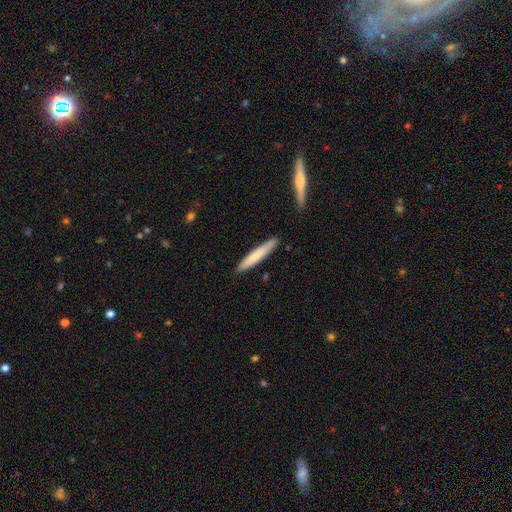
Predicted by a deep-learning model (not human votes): This is likely a smooth galaxy (72%). How rounded: clearly cigar-shaped (93%). Merging: clearly none (87%).